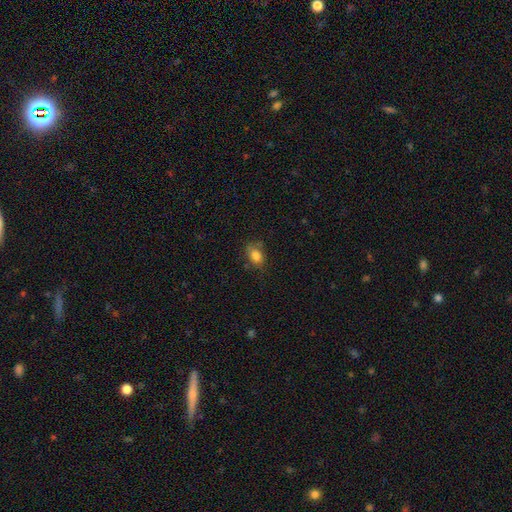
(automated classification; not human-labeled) This appears to be a smooth galaxy with no disk features (81%) that is in between round and cigar-shaped (74%). Merging: none (64%).